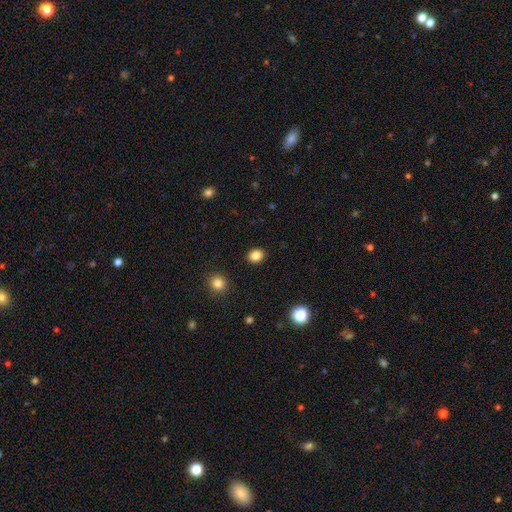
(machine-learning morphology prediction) Smooth or featured? smooth (85%)
How rounded? round (62%)
Merging? none (91%)